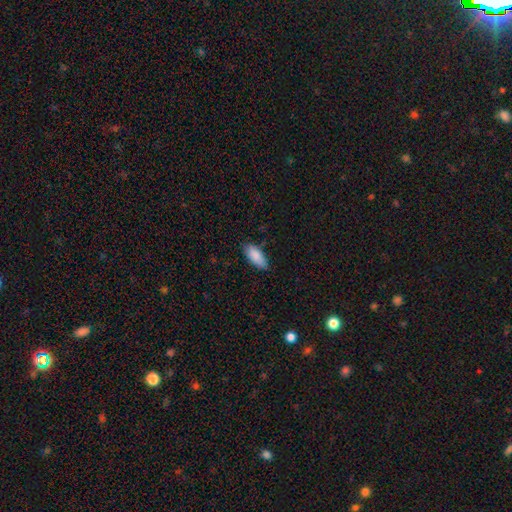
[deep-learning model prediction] Smooth or featured? Predicted: smooth (p=0.88). How rounded? Predicted: in between (p=0.88). Merging? Predicted: none (p=0.80).